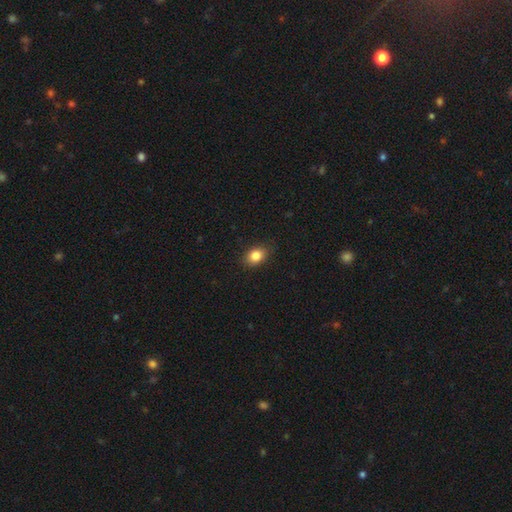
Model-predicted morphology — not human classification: smooth_or_featured: smooth (p=0.85) [alt: star or artifact p=0.09]
how_rounded: in between (p=0.69) [alt: round p=0.29]
merging: none (p=0.85) [alt: minor disturbance p=0.11]